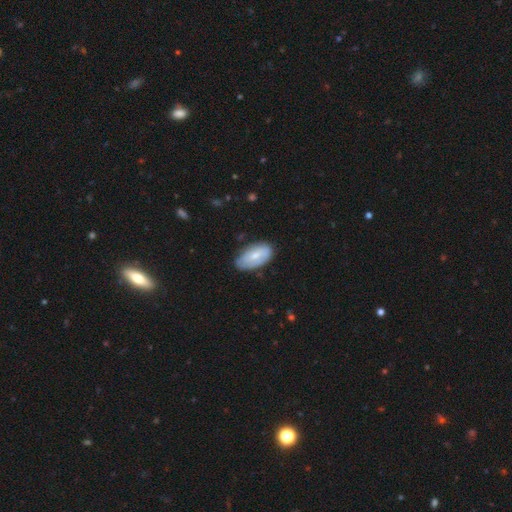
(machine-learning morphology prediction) This appears to be a smooth galaxy with no disk features (59%) that is in between round and cigar-shaped (94%). Merging: none (70%).